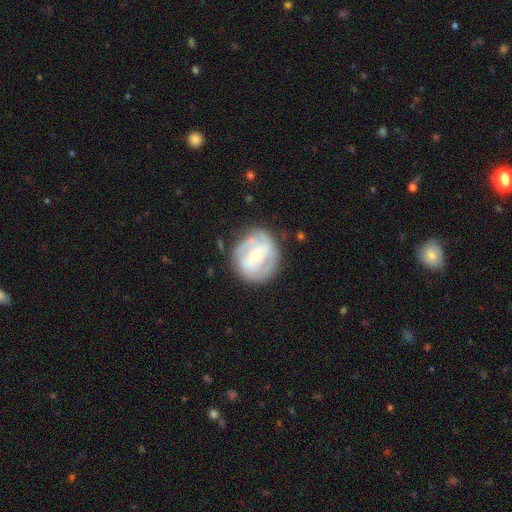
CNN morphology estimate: This is likely a featured or disk galaxy (66%). It is clearly not viewed edge-on (97%). Bar: marginally weak (38%, tied with no). Spiral arm pattern: likely yes (63%). Central bulge: possibly moderate (50%). Merging: likely none (76%).